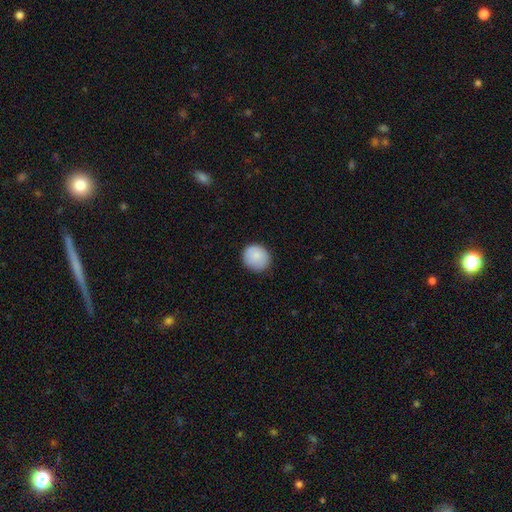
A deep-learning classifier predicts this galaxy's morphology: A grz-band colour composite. It shows a smooth galaxy with no disk features (85%) that is round (87%). Merging: none (86%).